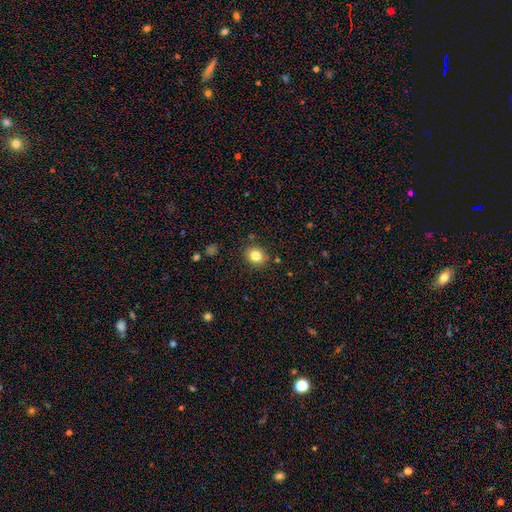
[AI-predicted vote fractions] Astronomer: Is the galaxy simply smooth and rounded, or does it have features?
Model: smooth — 81%.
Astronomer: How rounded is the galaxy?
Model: round — 66%.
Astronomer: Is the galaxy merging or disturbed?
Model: none — 86%.